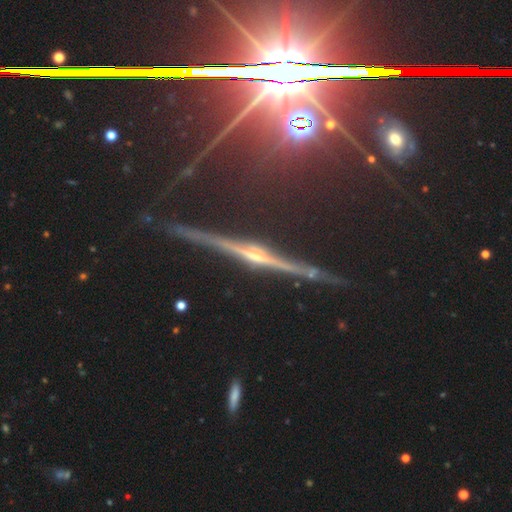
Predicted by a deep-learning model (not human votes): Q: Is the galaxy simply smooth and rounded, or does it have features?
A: featured or disk — 68%.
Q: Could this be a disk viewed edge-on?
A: yes — 89%.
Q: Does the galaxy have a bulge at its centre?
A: rounded — 62%.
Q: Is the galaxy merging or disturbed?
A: none — 80%.